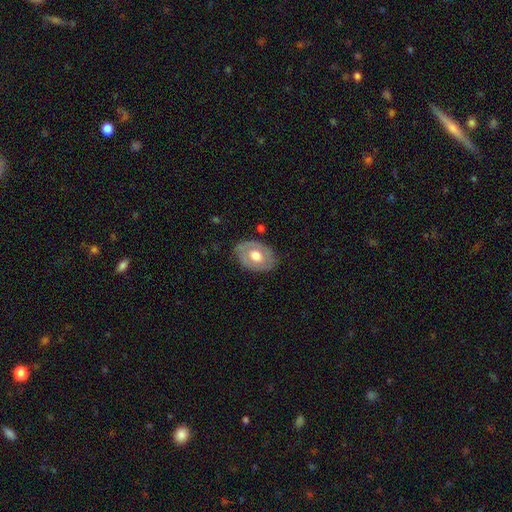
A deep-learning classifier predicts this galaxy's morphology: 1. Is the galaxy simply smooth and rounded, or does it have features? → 48% smooth, 46% featured or disk, 6% star or artifact.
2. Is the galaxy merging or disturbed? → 76% none, 17% minor disturbance, 5% major disturbance, 1% merger.